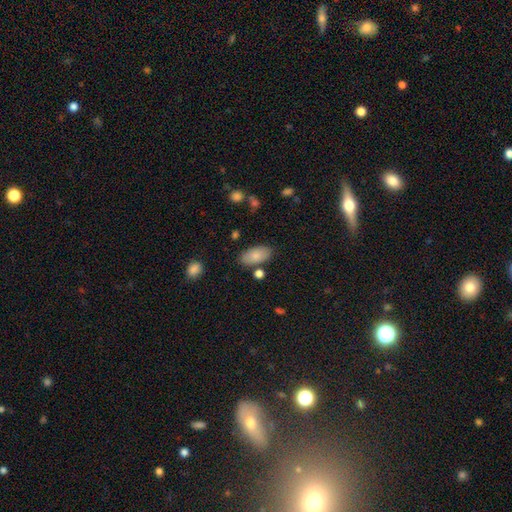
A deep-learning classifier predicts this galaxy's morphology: This is clearly a smooth galaxy (82%). How rounded: clearly in between (93%). Merging: clearly none (80%).